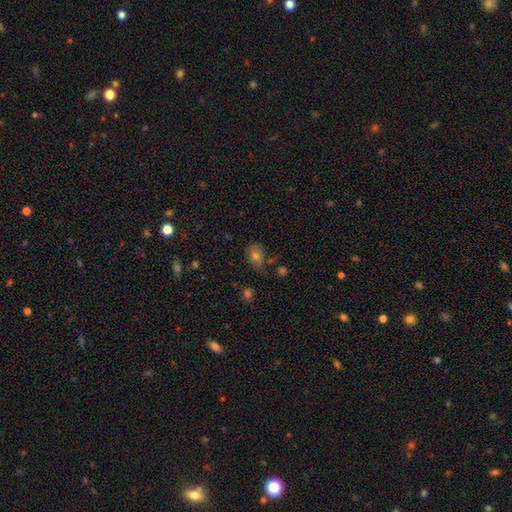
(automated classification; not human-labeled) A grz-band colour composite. It shows a smooth galaxy with no disk features (67%) that is in between round and cigar-shaped (62%). Merging: none (67%).